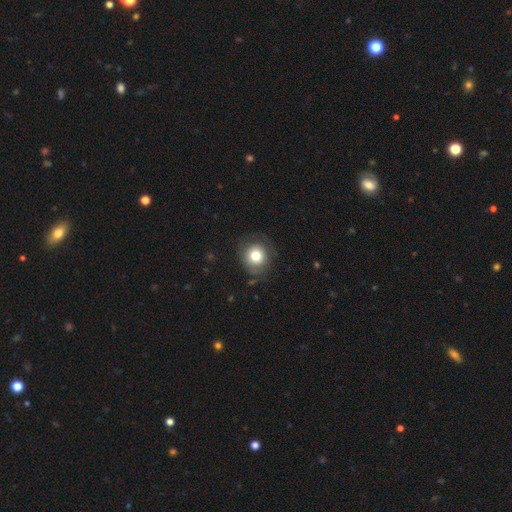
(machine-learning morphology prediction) Q: Smooth or featured?
A: smooth (73%); runner-up: featured or disk (16%)
Q: How rounded?
A: round (85%); runner-up: in between (14%)
Q: Merging?
A: none (75%); runner-up: minor disturbance (16%)